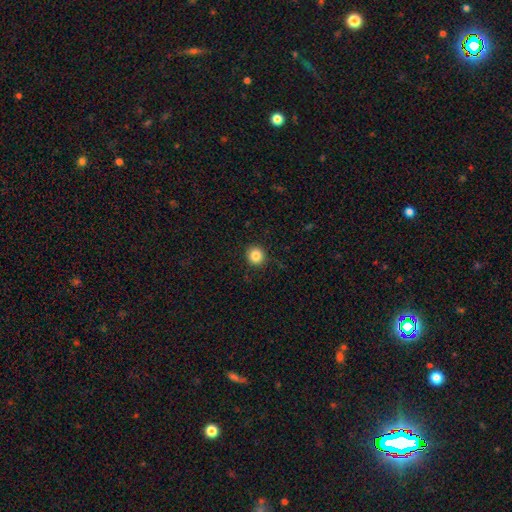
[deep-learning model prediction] This appears to be a smooth galaxy with no disk features (85%) that is round (91%). Merging: none (91%).